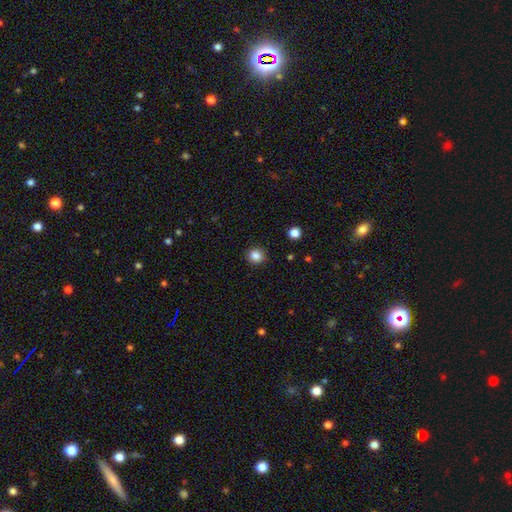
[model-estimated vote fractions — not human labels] A smooth galaxy with no disk features (85%) that is round (88%).

Vote fractions:
- Smooth or featured? smooth: 85% / star or artifact: 11% / featured or disk: 4%
- How rounded? round: 88% / in between: 11% / cigar-shaped: 1%
- Merging? none: 91% / minor disturbance: 6% / major disturbance: 2% / merger: 1%